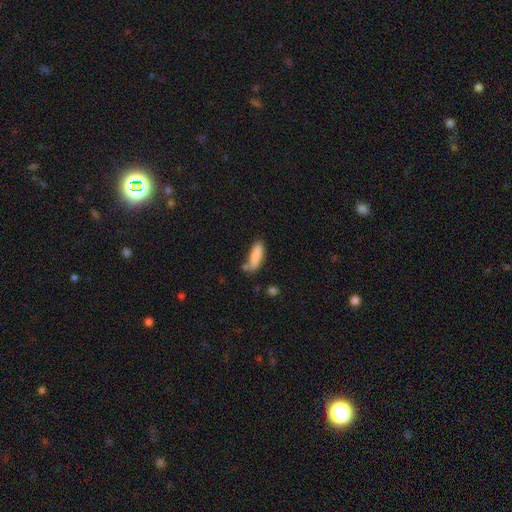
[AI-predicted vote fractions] Q: Smooth or featured?
A: smooth (86%); runner-up: featured or disk (7%)
Q: How rounded?
A: in between (55%); runner-up: cigar-shaped (43%)
Q: Merging?
A: none (65%); runner-up: minor disturbance (20%)